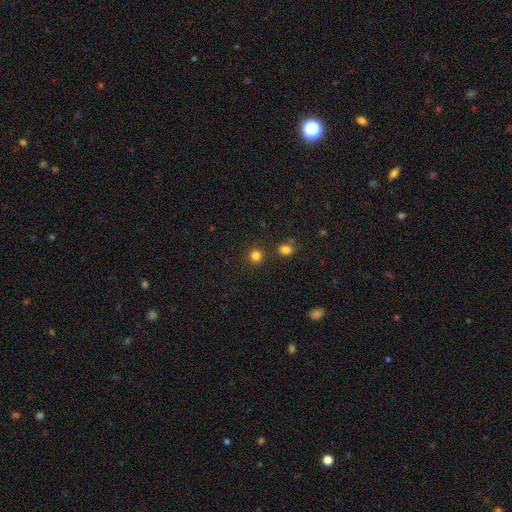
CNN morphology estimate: Smooth or featured? Predicted: smooth (p=0.81). How rounded? Predicted: round (p=0.93). Merging? Predicted: none (p=0.87).